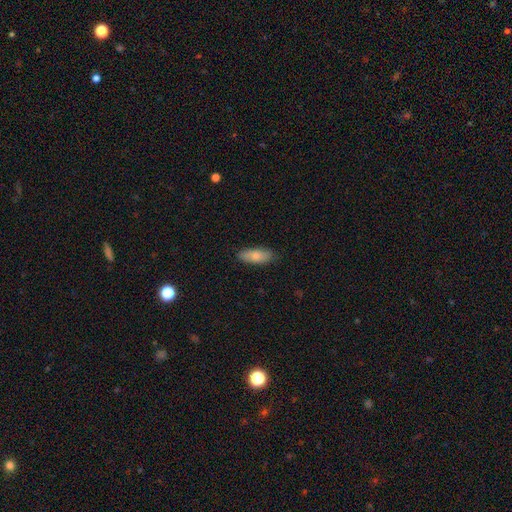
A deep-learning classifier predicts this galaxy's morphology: This is clearly a smooth galaxy (81%). How rounded: likely in between (76%). Merging: clearly none (85%).